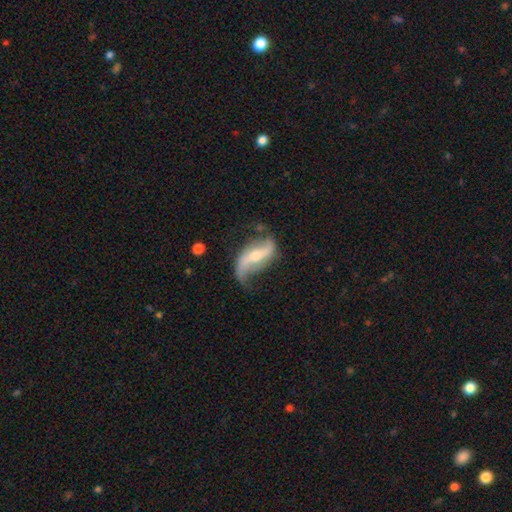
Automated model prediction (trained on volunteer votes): Q: Smooth or featured?
A: featured or disk (83%); runner-up: smooth (11%)
Q: Edge-on disk?
A: no (93%); runner-up: yes (7%)
Q: Bar?
A: strong (43%); runner-up: weak (32%)
Q: Spiral arms?
A: yes (93%); runner-up: no (7%)
Q: Spiral winding?
A: loose (84%); runner-up: medium (12%)
Q: Spiral arm count?
A: 2 (87%); runner-up: 1 (7%)
Q: Bulge size?
A: moderate (46%); tied with: small (46%)
Q: Merging?
A: none (57%); runner-up: minor disturbance (25%)